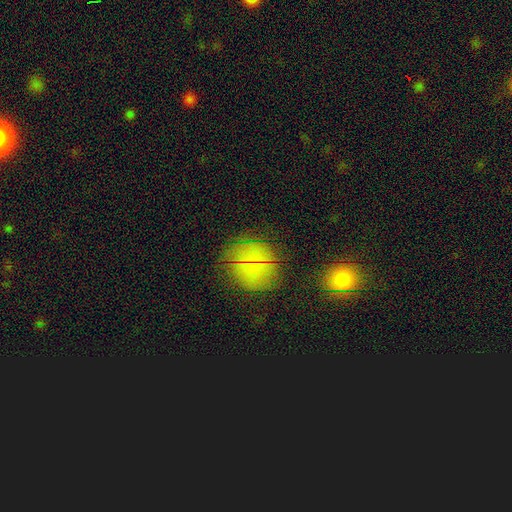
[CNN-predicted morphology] The model was most divided on "smooth or featured": smooth: 65%, star or artifact: 22%, featured or disk: 14%. More confident: merging — none (81%); how rounded — round (81%).